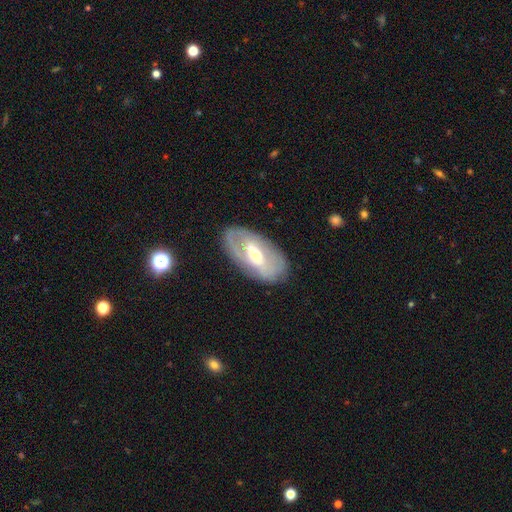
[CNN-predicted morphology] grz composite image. It shows a featured or disk galaxy (71%) with a weak bar (41%), spiral arms (64%) and a moderate central bulge (60%). Merging: none (78%).